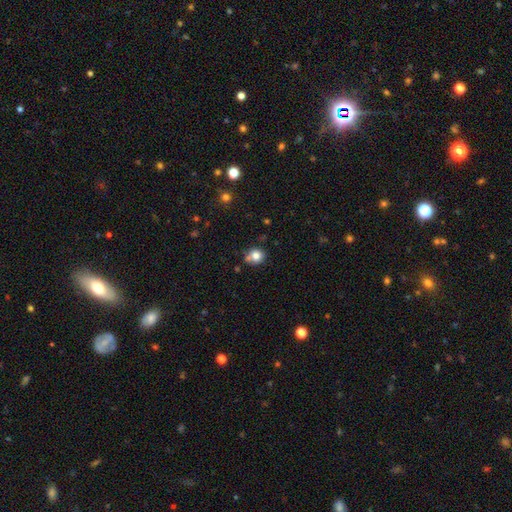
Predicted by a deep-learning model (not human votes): A smooth galaxy with no disk features (80%) that is round (83%). Merging: none (66%).